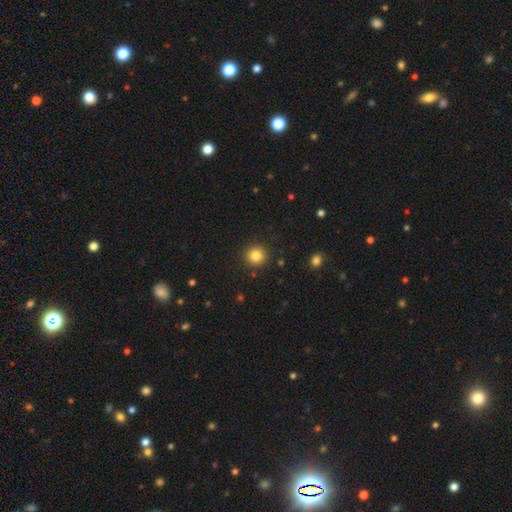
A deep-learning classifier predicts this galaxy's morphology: Smooth or featured?
  - smooth: 84% *
  - star or artifact: 11%
  - featured or disk: 5%
How rounded?
  - round: 94% *
  - in between: 5%
  - cigar-shaped: 1%
Merging?
  - none: 91% *
  - minor disturbance: 6%
  - major disturbance: 2%
  - merger: 1%